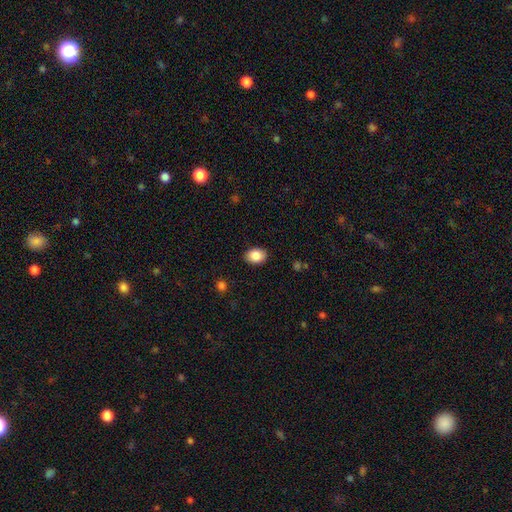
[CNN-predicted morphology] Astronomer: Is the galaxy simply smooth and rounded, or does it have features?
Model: smooth — 87%.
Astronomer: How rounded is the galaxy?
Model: in between — 67%.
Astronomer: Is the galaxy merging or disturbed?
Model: none — 88%.